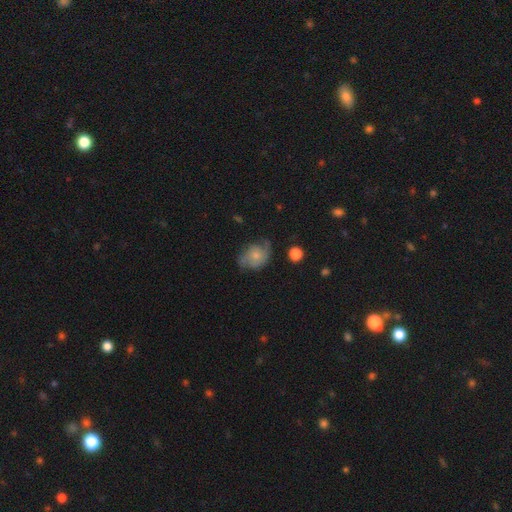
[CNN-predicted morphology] A featured or disk galaxy (49%). Merging: none (50%).